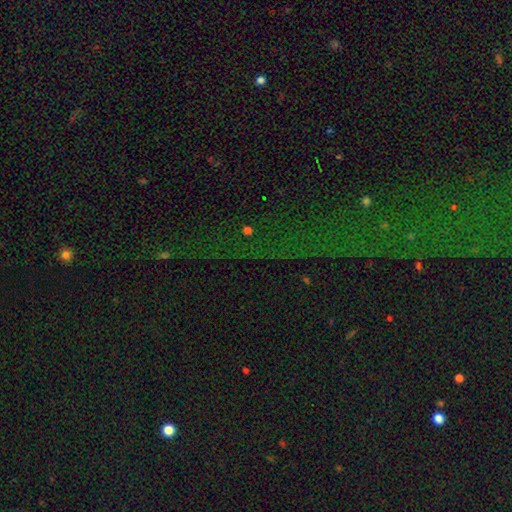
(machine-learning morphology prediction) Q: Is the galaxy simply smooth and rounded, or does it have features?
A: star or artifact — 79%.